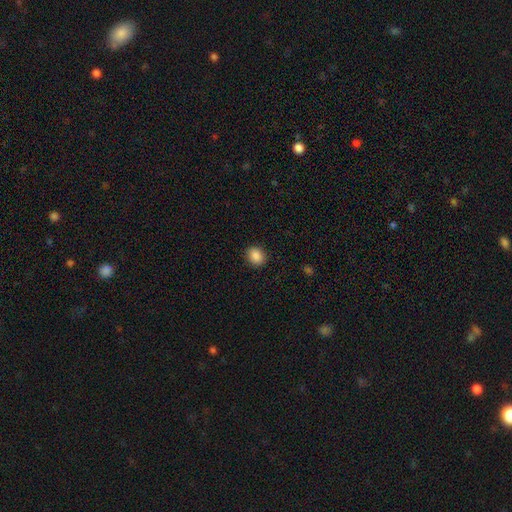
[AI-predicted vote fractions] Smooth or featured: smooth — 87% (star or artifact — 9%)
How rounded: round — 71% (in between — 28%)
Merging: none — 90% (minor disturbance — 7%)